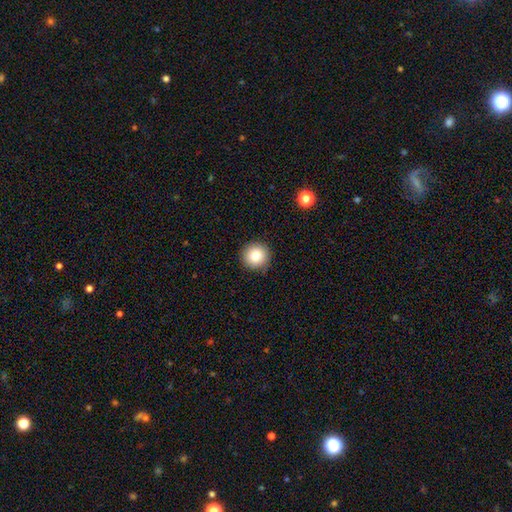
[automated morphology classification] smooth-or-featured: smooth: 81% | star or artifact: 10% | featured or disk: 8%
  how-rounded: round: 95% | in between: 4% | cigar-shaped: 1%
  merging: none: 89% | minor disturbance: 8% | major disturbance: 2% | merger: 1%